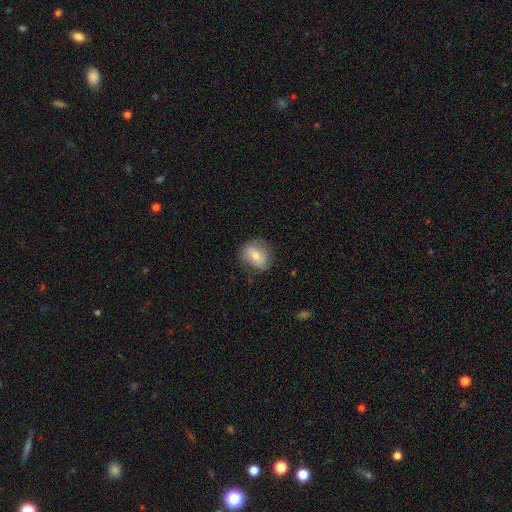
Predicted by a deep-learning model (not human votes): A smooth galaxy with no disk features (58%) that is round (50%). Merging: none (73%).